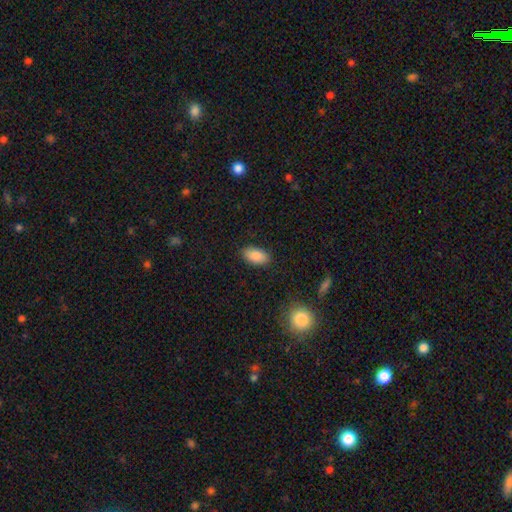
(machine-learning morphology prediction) smooth_or_featured: smooth (p=0.87) [alt: star or artifact p=0.07]
how_rounded: in between (p=0.93) [alt: round p=0.03]
merging: none (p=0.88) [alt: minor disturbance p=0.09]